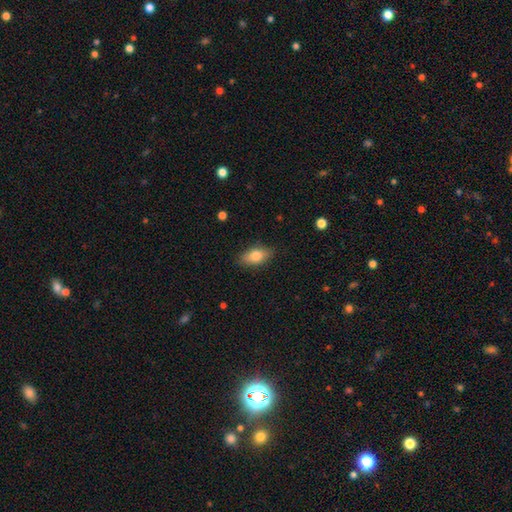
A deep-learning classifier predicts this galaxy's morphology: Smooth or featured: smooth — 79% (featured or disk — 14%)
How rounded: in between — 87% (cigar-shaped — 7%)
Merging: none — 85% (minor disturbance — 12%)